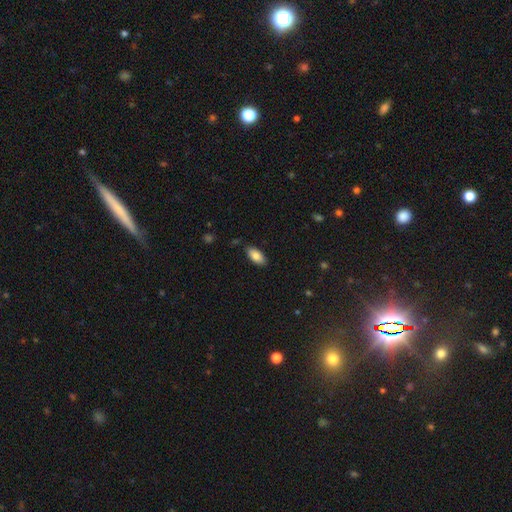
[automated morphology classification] smooth 84%, featured or disk 9%, star or artifact 7%. Down the decision tree: how rounded — in between (92%); merging — none (85%).